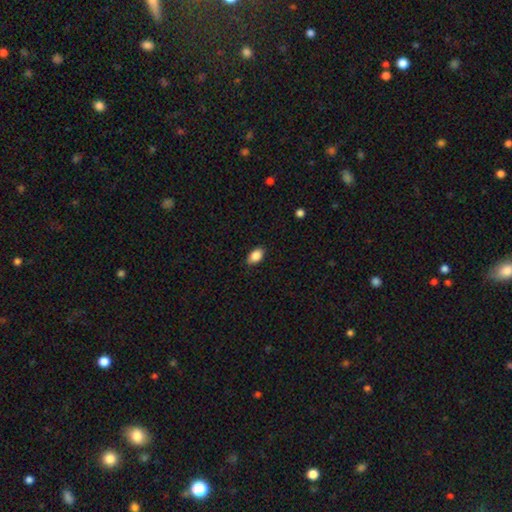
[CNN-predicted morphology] smooth_or_featured: smooth (p=0.88) [alt: star or artifact p=0.08]
how_rounded: in between (p=0.91) [alt: round p=0.07]
merging: none (p=0.85) [alt: minor disturbance p=0.12]